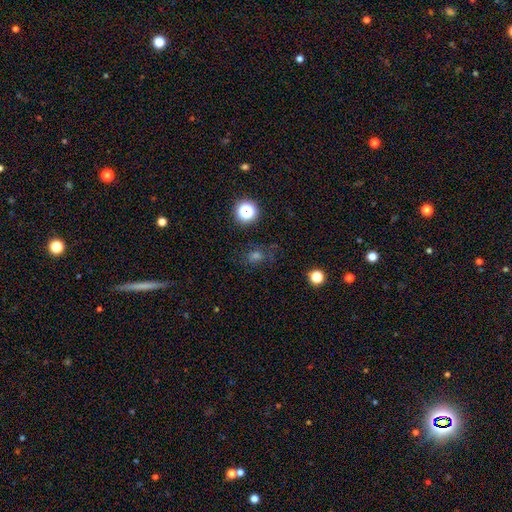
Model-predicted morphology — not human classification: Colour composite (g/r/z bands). It shows a smooth galaxy with no disk features (45%). Merging: none (71%).